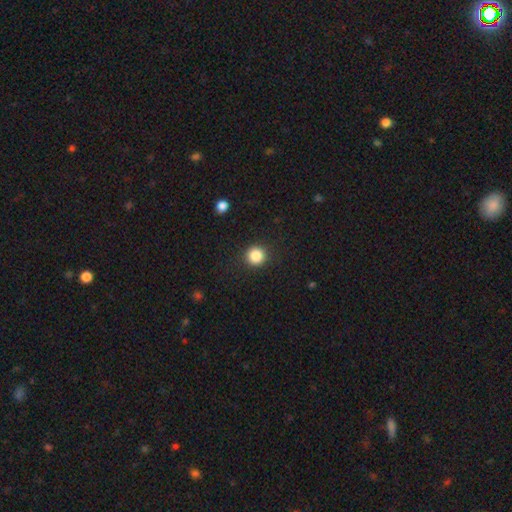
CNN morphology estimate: smooth 86%, star or artifact 10%, featured or disk 4%. Down the decision tree: how rounded — round (93%); merging — none (91%).